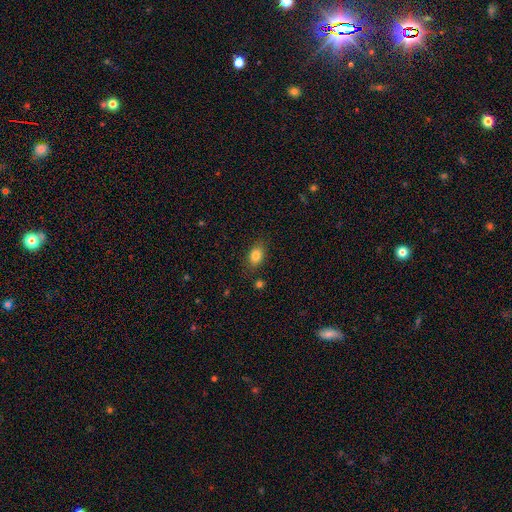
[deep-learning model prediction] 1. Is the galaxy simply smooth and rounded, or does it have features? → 82% smooth, 10% star or artifact, 8% featured or disk.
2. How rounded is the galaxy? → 78% in between, 20% round, 2% cigar-shaped.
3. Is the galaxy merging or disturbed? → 81% none, 13% minor disturbance, 3% major disturbance, 3% merger.